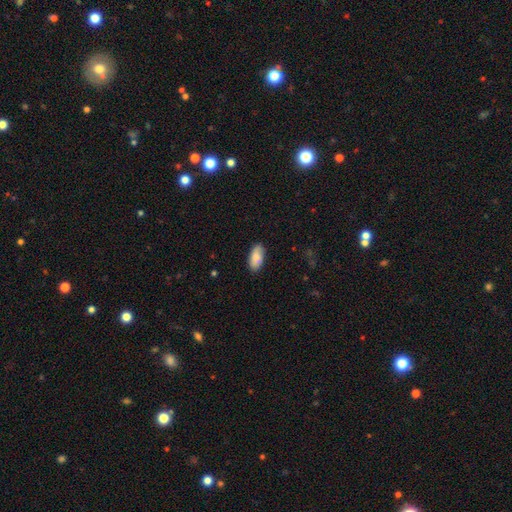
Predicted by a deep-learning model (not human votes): Morphology: type=smooth (83%); roundness=in between (92%); merging=none (83%).